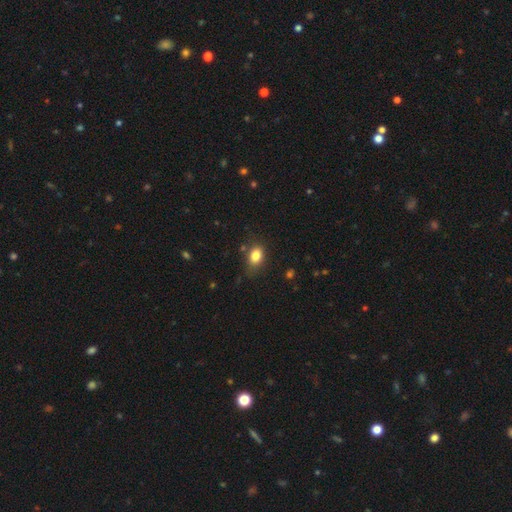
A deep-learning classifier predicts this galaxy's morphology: This appears to be a smooth galaxy with no disk features (84%) that is in between round and cigar-shaped (77%). Merging: none (75%).